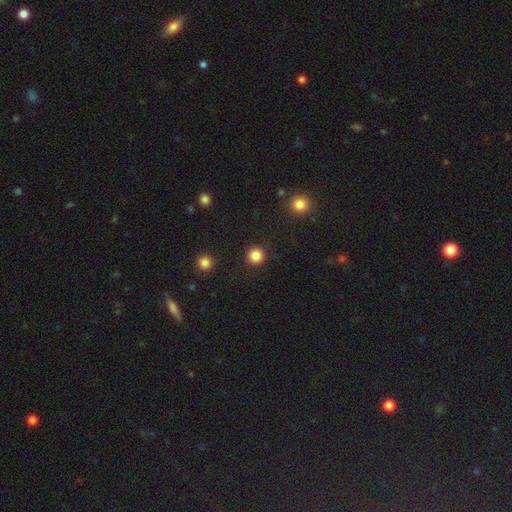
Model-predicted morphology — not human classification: This is clearly a smooth galaxy (85%). How rounded: clearly round (96%). Merging: clearly none (92%).